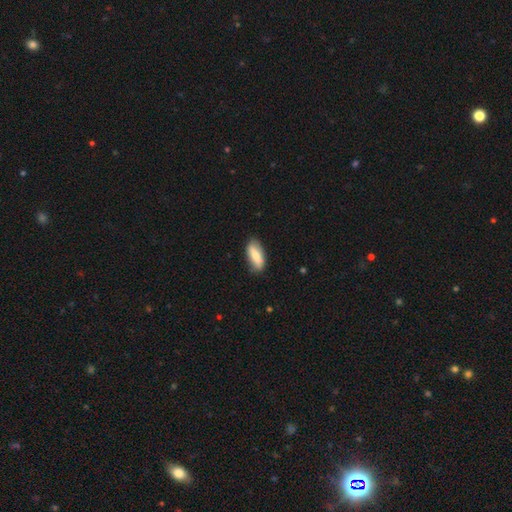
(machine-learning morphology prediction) Q: Smooth or featured?
A: smooth (72%); runner-up: featured or disk (22%)
Q: How rounded?
A: in between (78%); runner-up: cigar-shaped (20%)
Q: Merging?
A: none (80%); runner-up: minor disturbance (16%)